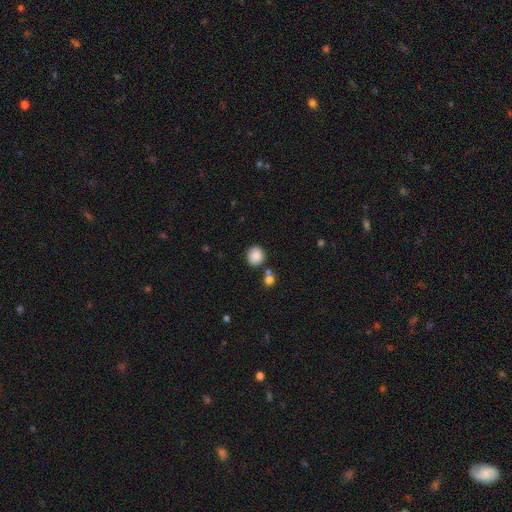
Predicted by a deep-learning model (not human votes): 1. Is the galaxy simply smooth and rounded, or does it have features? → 87% smooth, 9% star or artifact, 5% featured or disk.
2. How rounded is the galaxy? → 83% round, 16% in between, 1% cigar-shaped.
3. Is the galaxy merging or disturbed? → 77% none, 10% merger, 10% minor disturbance, 3% major disturbance.